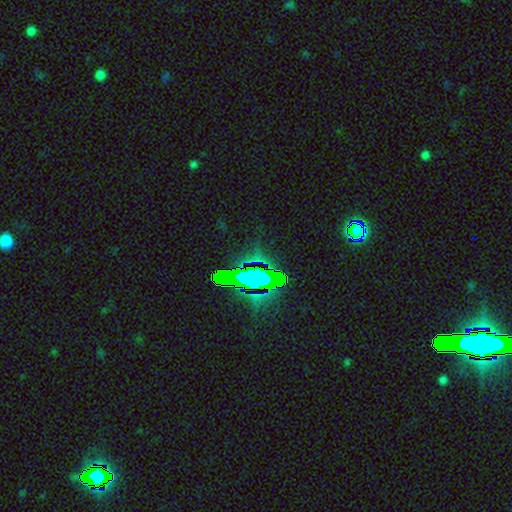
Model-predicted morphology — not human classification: A star or artifact, not a galaxy (74%).